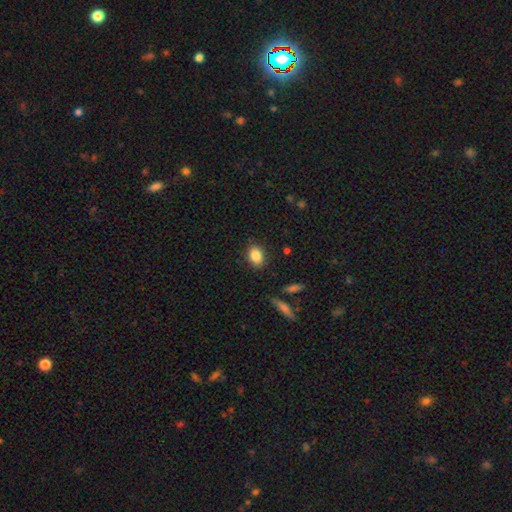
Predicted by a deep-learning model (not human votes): The model was most divided on "how rounded": in between: 68%, round: 31%, cigar-shaped: 2%. More confident: merging — none (86%); smooth or featured — smooth (85%).